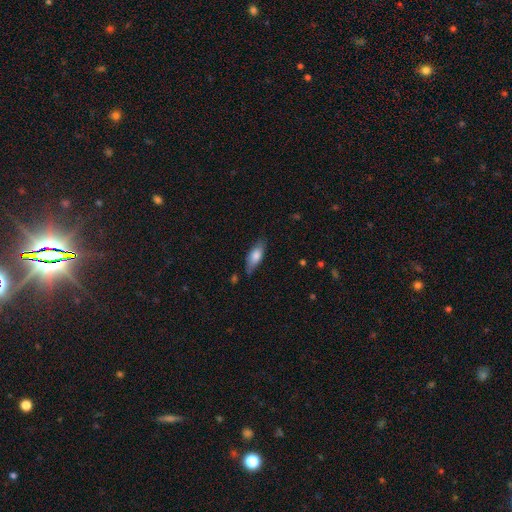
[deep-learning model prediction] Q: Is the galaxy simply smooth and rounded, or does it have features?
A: smooth — 74%.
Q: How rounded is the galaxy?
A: in between — 74%.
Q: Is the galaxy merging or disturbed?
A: none — 69%.